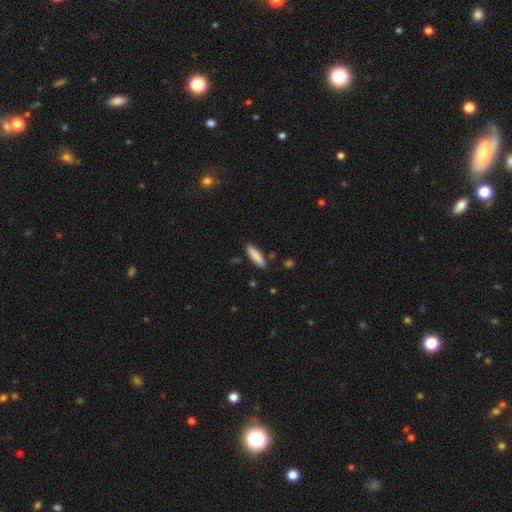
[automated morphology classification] Overall: smooth (86%). How rounded: cigar-shaped (63%; in between 36%). Merging: none (86%).